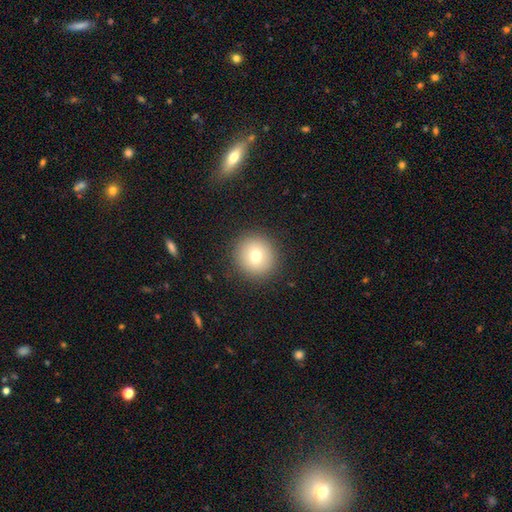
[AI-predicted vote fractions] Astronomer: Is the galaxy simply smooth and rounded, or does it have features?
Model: smooth — 75%.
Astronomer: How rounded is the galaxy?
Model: round — 94%.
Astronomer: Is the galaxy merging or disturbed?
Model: none — 91%.